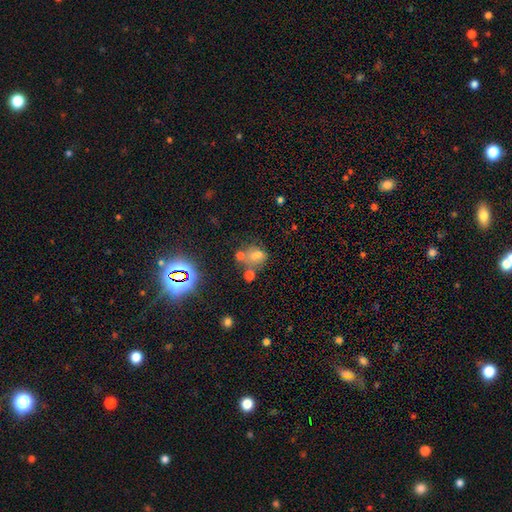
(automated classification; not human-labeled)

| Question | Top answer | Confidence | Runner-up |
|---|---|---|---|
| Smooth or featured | smooth | 55% | star or artifact (26%) |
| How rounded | round | 58% | in between (41%) |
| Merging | none | 44% | merger (30%) |